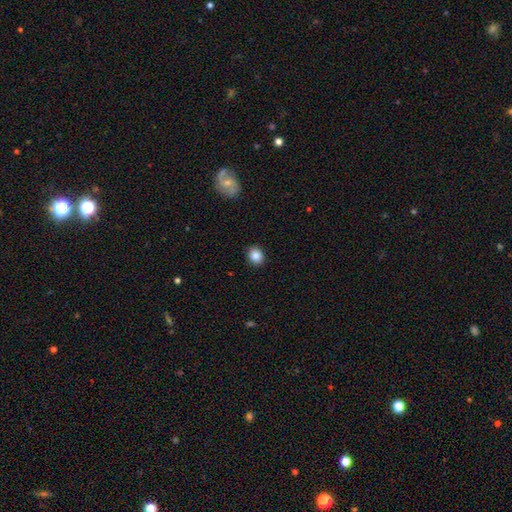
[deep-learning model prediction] smooth 86%, star or artifact 9%, featured or disk 5%. Down the decision tree: how rounded — round (63%); merging — none (90%).